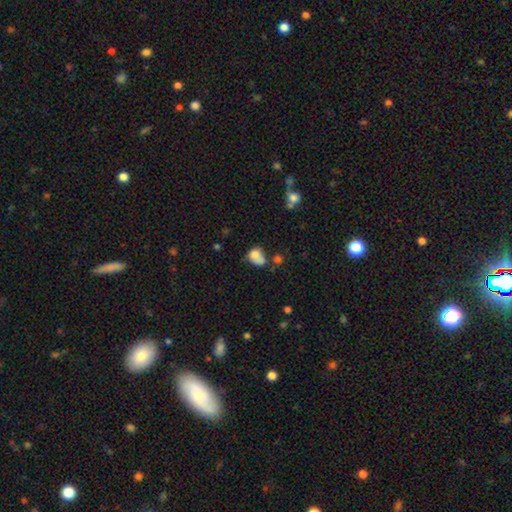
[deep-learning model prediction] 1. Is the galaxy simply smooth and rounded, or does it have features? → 73% smooth, 17% featured or disk, 11% star or artifact.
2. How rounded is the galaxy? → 52% round, 47% in between, 1% cigar-shaped.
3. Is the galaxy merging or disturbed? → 39% merger, 29% none, 19% minor disturbance, 12% major disturbance.